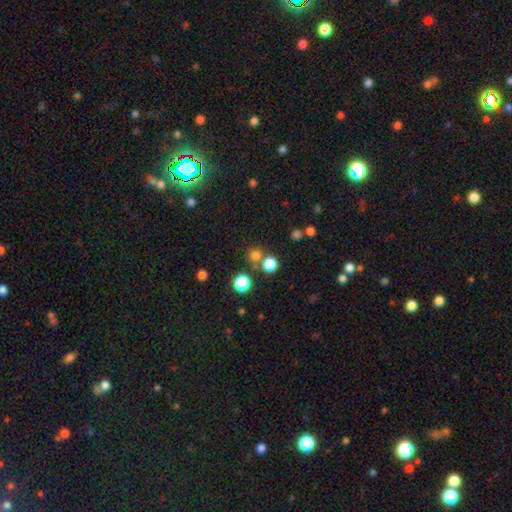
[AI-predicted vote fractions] This appears to be a smooth galaxy with no disk features (73%) that is round (91%). Merging: none (70%).